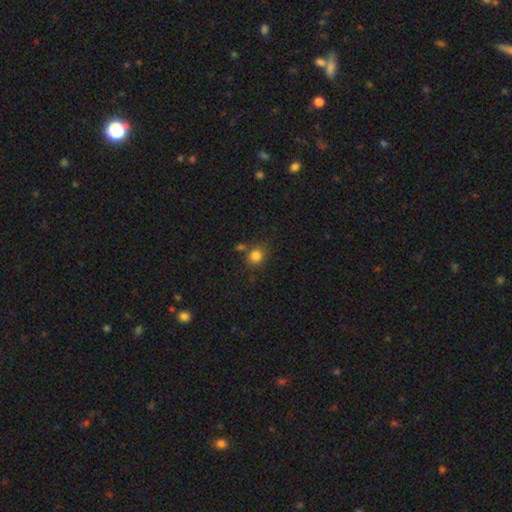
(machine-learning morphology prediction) This is clearly a smooth galaxy (83%). How rounded: likely round (75%). Merging: likely none (72%).